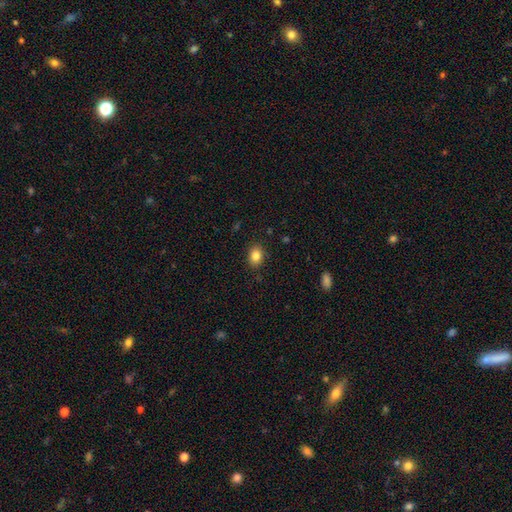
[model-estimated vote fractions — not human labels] Q: Smooth or featured?
A: smooth (85%); runner-up: star or artifact (10%)
Q: How rounded?
A: in between (66%); runner-up: round (33%)
Q: Merging?
A: none (88%); runner-up: minor disturbance (9%)